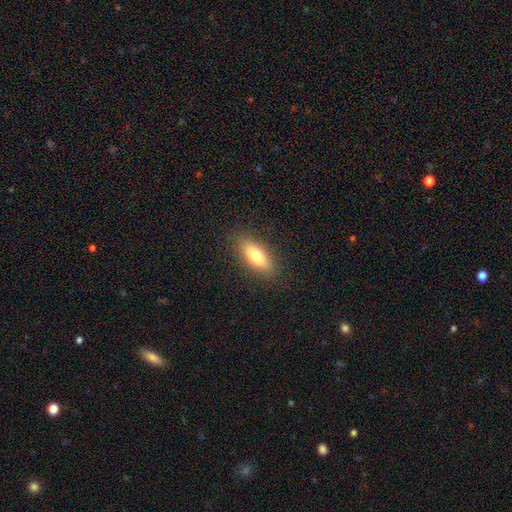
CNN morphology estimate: This is likely a smooth galaxy (76%). How rounded: likely in between (71%). Merging: clearly none (87%).